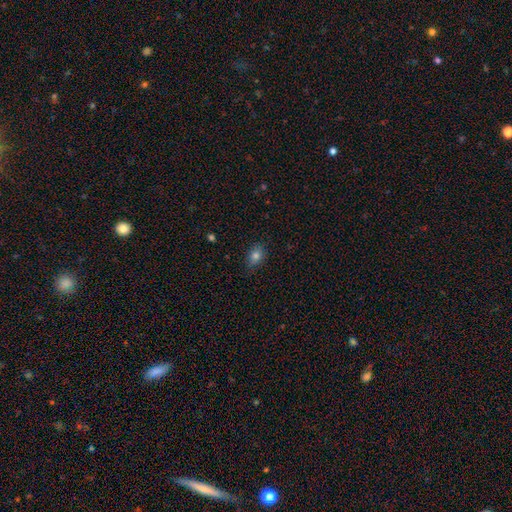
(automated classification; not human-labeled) Smooth or featured? Predicted: smooth (p=0.78). How rounded? Predicted: in between (p=0.71). Merging? Predicted: none (p=0.82).